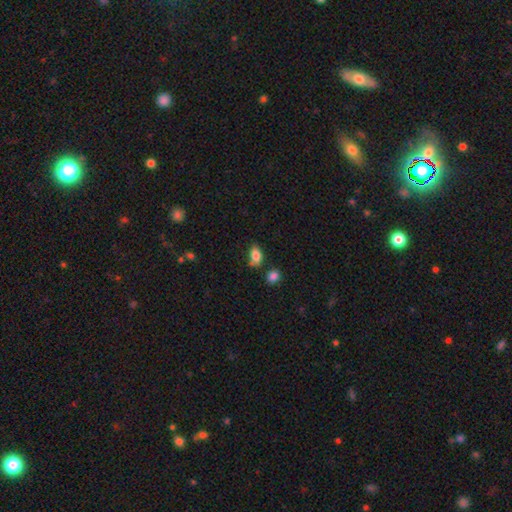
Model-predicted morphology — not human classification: A smooth galaxy with no disk features (83%) that is in between round and cigar-shaped (88%). Merging: none (61%).